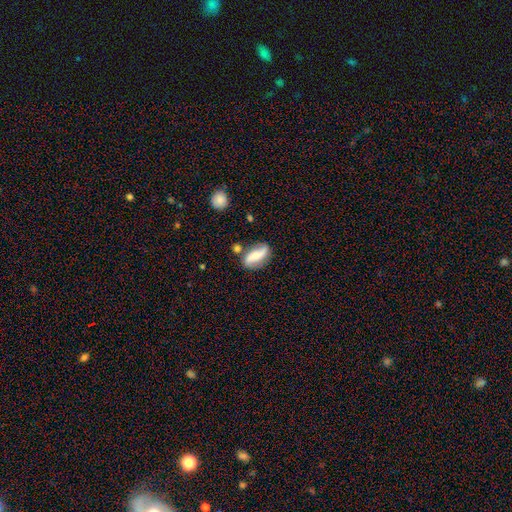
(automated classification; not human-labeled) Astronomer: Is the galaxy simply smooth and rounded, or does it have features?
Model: featured or disk — 53% (runner-up: smooth, 39%).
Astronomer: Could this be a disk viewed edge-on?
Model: no — 88%.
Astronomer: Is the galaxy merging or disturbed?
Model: none — 70%.